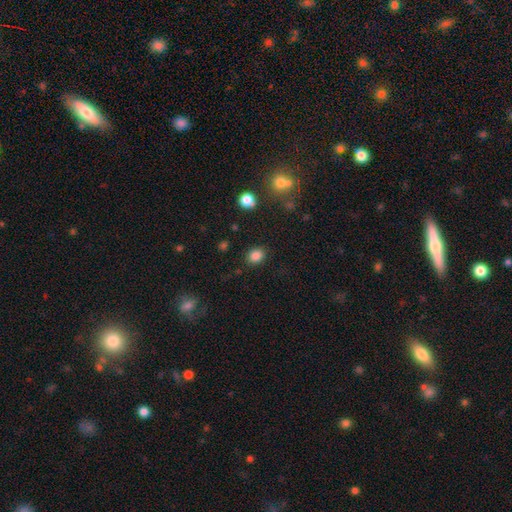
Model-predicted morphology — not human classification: Q: Smooth or featured?
A: smooth (84%); runner-up: star or artifact (11%)
Q: How rounded?
A: round (58%); runner-up: in between (41%)
Q: Merging?
A: none (86%); runner-up: minor disturbance (9%)